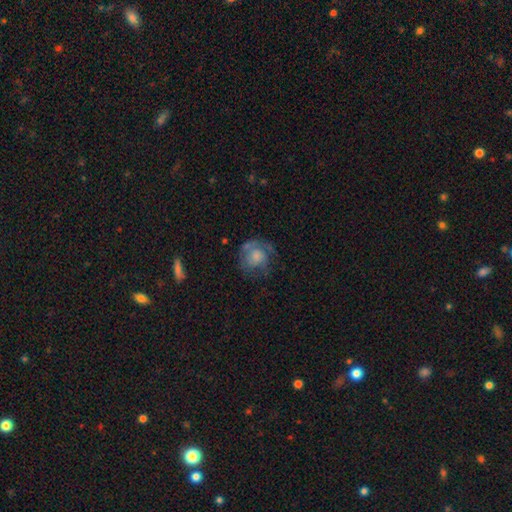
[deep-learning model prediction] This is possibly a featured or disk galaxy (47%). Merging: possibly none (53%).